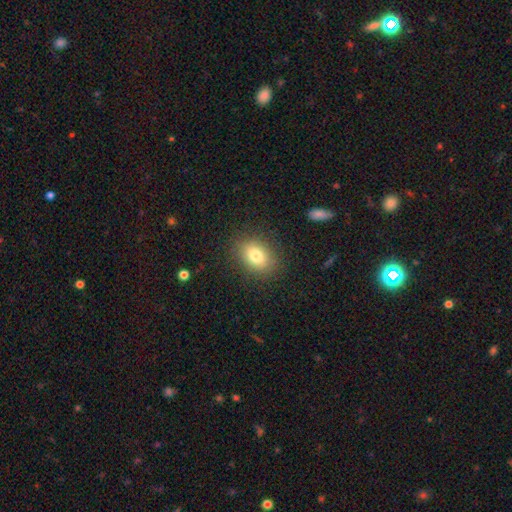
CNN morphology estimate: smooth 80%, featured or disk 10%, star or artifact 10%. Down the decision tree: how rounded — in between (72%); merging — none (86%).